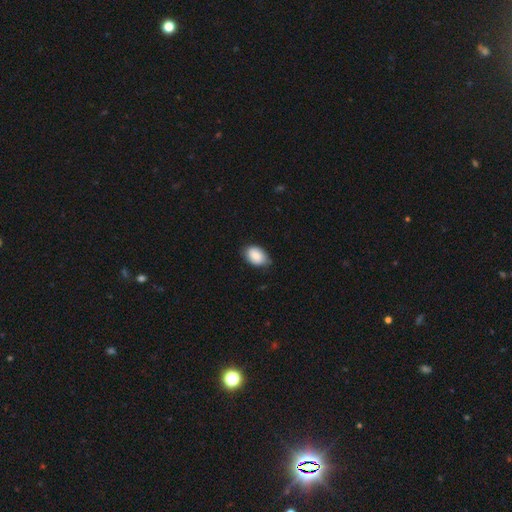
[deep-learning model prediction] Smooth or featured?
  - smooth: 87% *
  - featured or disk: 7%
  - star or artifact: 6%
How rounded?
  - in between: 89% *
  - round: 10%
  - cigar-shaped: 1%
Merging?
  - none: 76% *
  - minor disturbance: 20%
  - major disturbance: 3%
  - merger: 1%